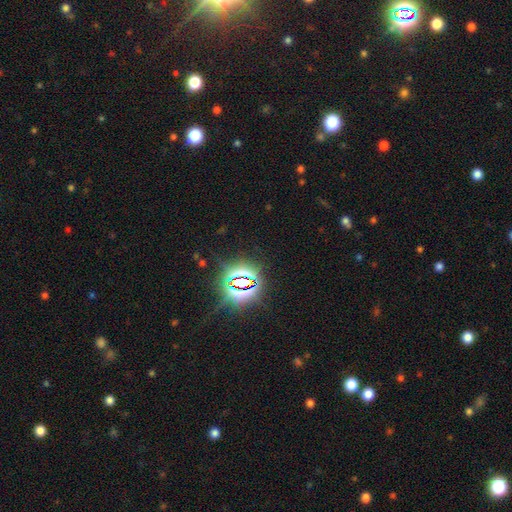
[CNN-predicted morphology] smooth-or-featured: star or artifact: 83% | smooth: 11% | featured or disk: 6%